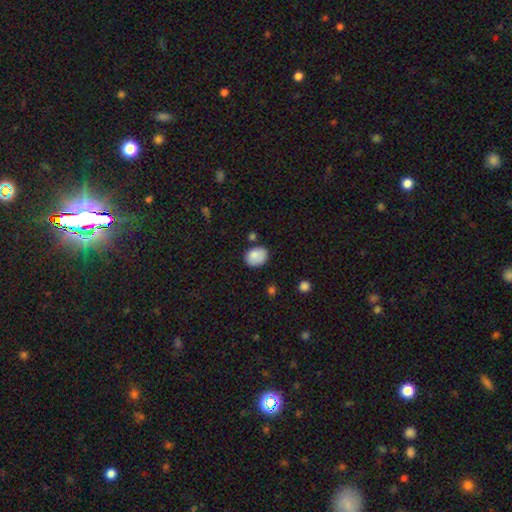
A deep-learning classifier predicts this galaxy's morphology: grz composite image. It shows a smooth galaxy with no disk features (85%) that is in between round and cigar-shaped (58%). Merging: none (70%).